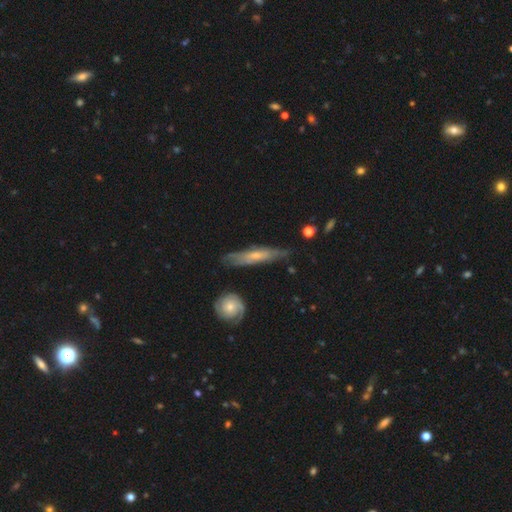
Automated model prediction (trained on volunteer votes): Smooth or featured? Predicted: featured or disk (p=0.58). Edge-on disk? Predicted: yes (p=0.62). Merging? Predicted: none (p=0.71).